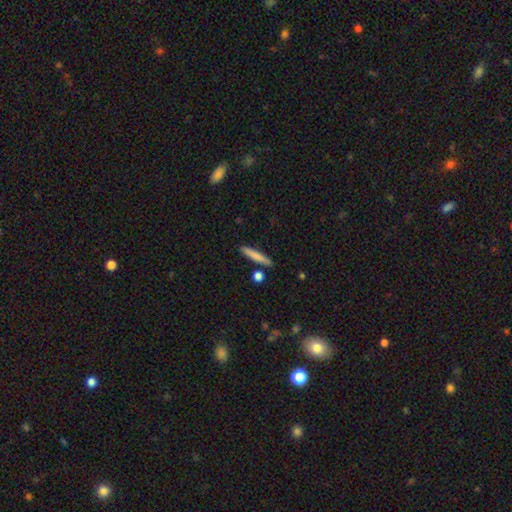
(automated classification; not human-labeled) smooth-or-featured: smooth: 78% | featured or disk: 16% | star or artifact: 6%
  how-rounded: cigar-shaped: 91% | in between: 7% | round: 2%
  merging: none: 84% | minor disturbance: 9% | merger: 5% | major disturbance: 2%